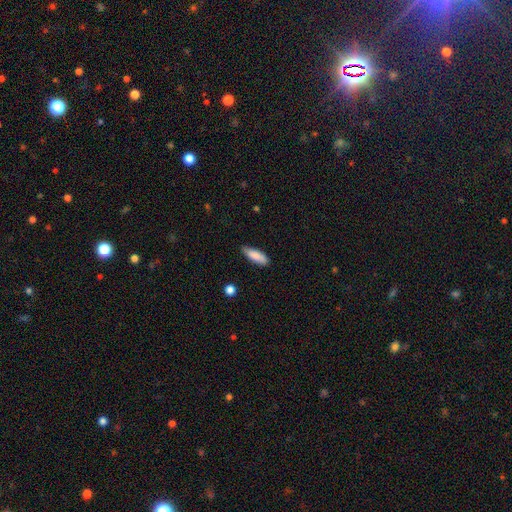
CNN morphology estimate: Smooth or featured? smooth (85%)
How rounded? in between (56%)
Merging? none (77%)